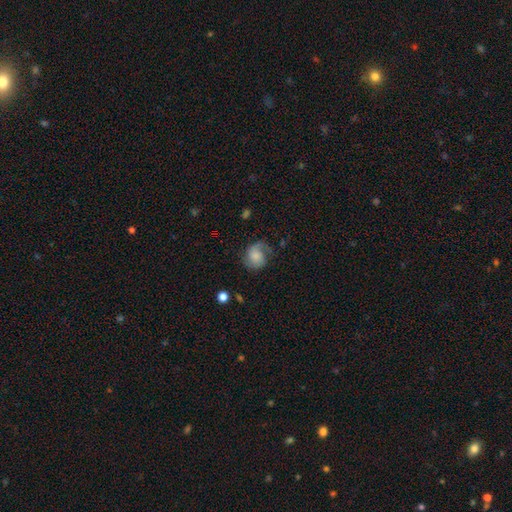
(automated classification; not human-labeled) A featured or disk galaxy (58%) with no bar (70%), 2 (71%) medium (44%) spiral arms (92%) and no central bulge (28%, tied with small).

Vote fractions:
- Smooth or featured? featured or disk: 58% / smooth: 34% / star or artifact: 9%
- Edge-on disk? no: 98% / yes: 2%
- Bar? no: 70% / weak: 26% / strong: 5%
- Spiral arms? yes: 92% / no: 8%
- Spiral winding? medium: 44% / loose: 30% / tight: 26%
- Spiral arm count? 2: 71% / 1: 18% / can't tell: 7% / 3: 2% / 4: 1% / more than 4: 1%
- Bulge size? none: 28% (tied) / small: 28% (tied) / moderate: 23% / large: 16% / dominant: 5%
- Merging? none: 60% / minor disturbance: 23% / major disturbance: 16% / merger: 2%